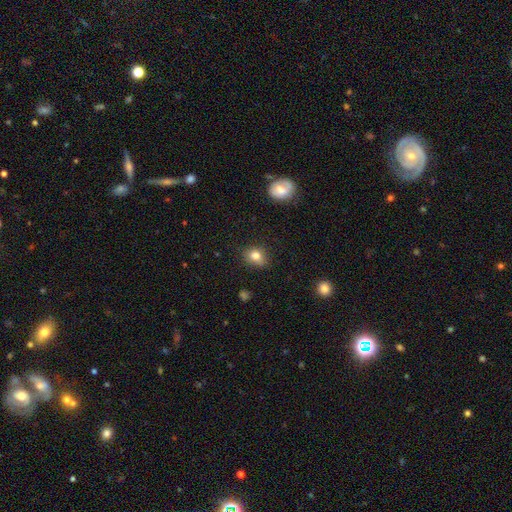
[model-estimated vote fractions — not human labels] Smooth or featured?
  - smooth: 81% *
  - star or artifact: 11%
  - featured or disk: 8%
How rounded?
  - in between: 50% *
  - round: 49%
  - cigar-shaped: 1%
Merging?
  - none: 73% *
  - minor disturbance: 20%
  - major disturbance: 4%
  - merger: 2%